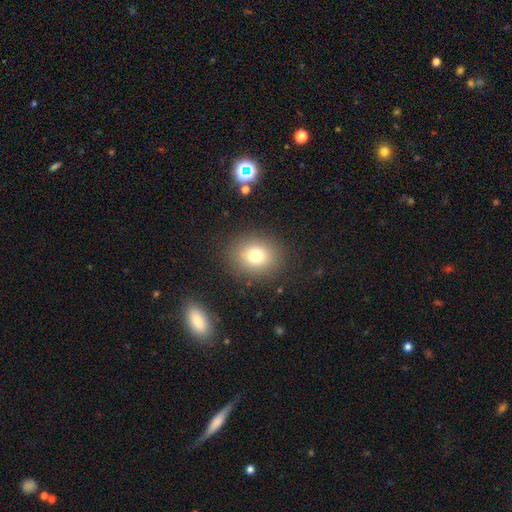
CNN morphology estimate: A smooth galaxy with no disk features (76%) that is round (71%). Merging: none (86%).